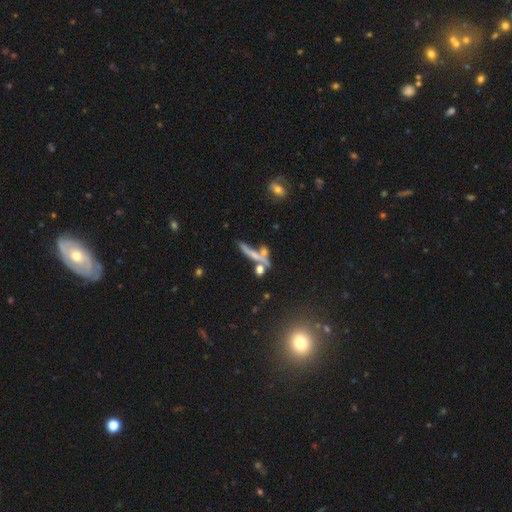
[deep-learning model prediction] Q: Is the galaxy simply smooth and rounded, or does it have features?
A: featured or disk — 43%.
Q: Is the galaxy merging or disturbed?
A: none — 42%.